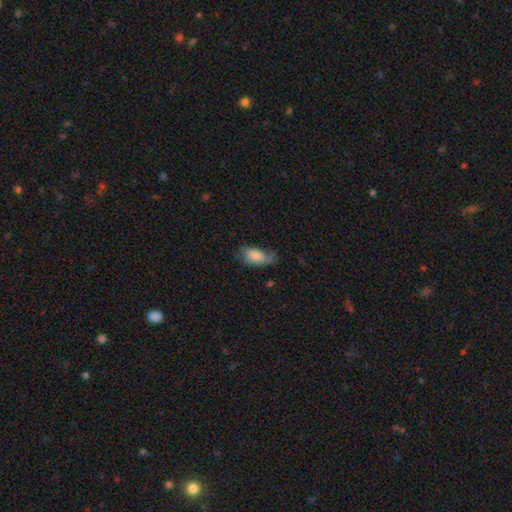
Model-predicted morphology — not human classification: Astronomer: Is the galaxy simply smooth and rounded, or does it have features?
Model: smooth — 73%.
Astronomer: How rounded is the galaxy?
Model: in between — 91%.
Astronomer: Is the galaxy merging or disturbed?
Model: none — 47% (runner-up: minor disturbance, 34%).